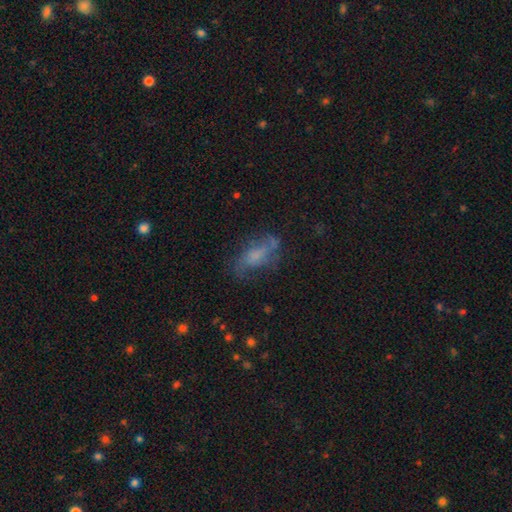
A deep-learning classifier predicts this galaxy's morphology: Overall: featured or disk (48%; smooth 40%). Merging: none (50%; minor disturbance 24%).